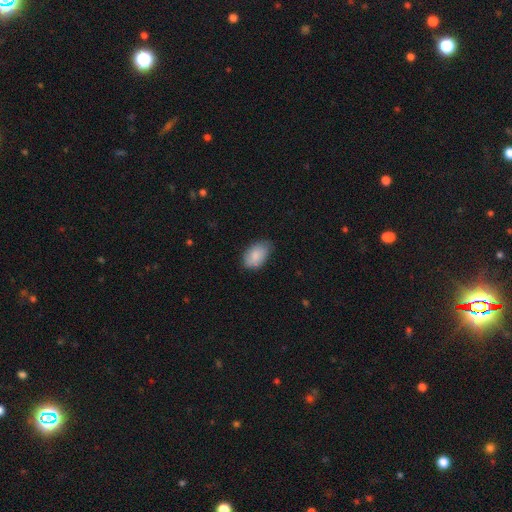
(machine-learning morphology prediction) This is clearly a smooth galaxy (84%). How rounded: clearly in between (91%). Merging: likely none (70%).